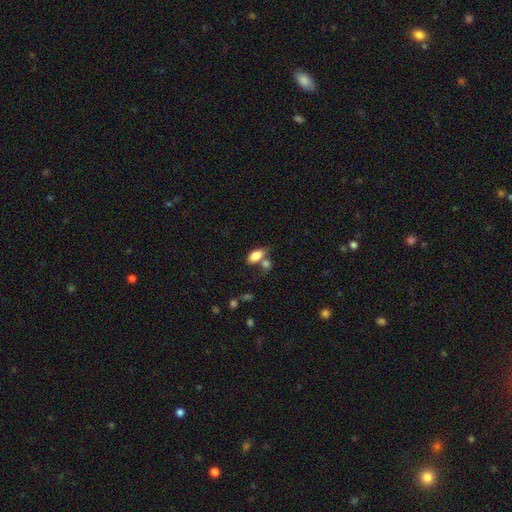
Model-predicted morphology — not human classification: Overall: smooth (81%). How rounded: in between (89%). Merging: none (46%; merger 33%).